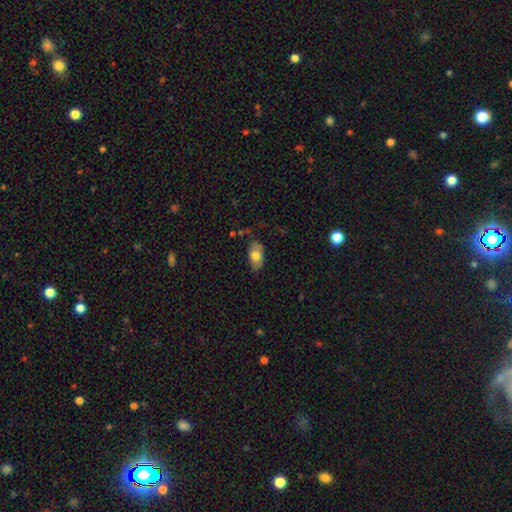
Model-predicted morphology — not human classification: Smooth or featured? smooth (71%)
How rounded? in between (91%)
Merging? none (71%)